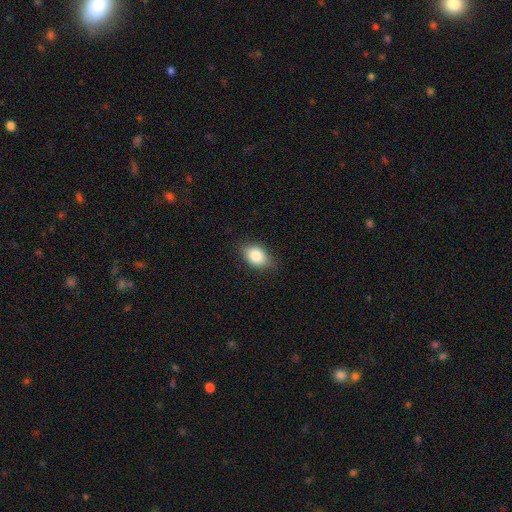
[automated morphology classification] Q: Smooth or featured?
A: smooth (82%); runner-up: featured or disk (10%)
Q: How rounded?
A: in between (80%); runner-up: round (18%)
Q: Merging?
A: none (74%); runner-up: minor disturbance (21%)